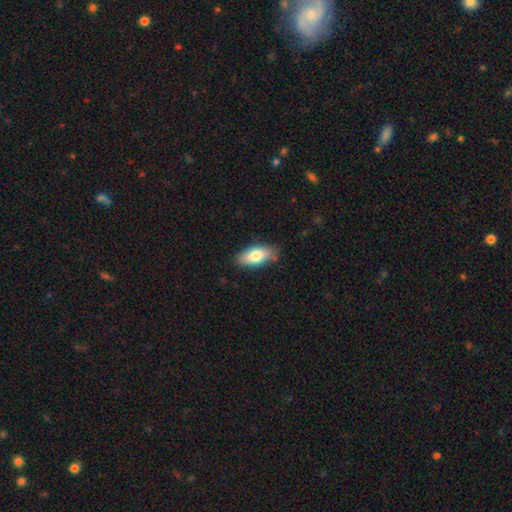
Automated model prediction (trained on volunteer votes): smooth_or_featured: smooth (p=0.78) [alt: featured or disk p=0.16]
how_rounded: in between (p=0.86) [alt: cigar-shaped p=0.11]
merging: none (p=0.83) [alt: minor disturbance p=0.13]